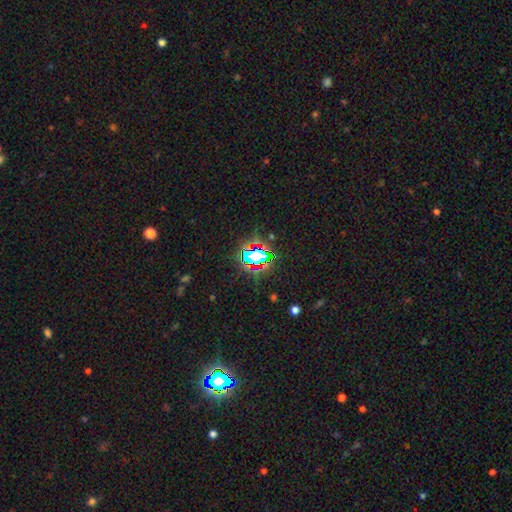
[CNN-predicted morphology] Overall: star or artifact (72%).